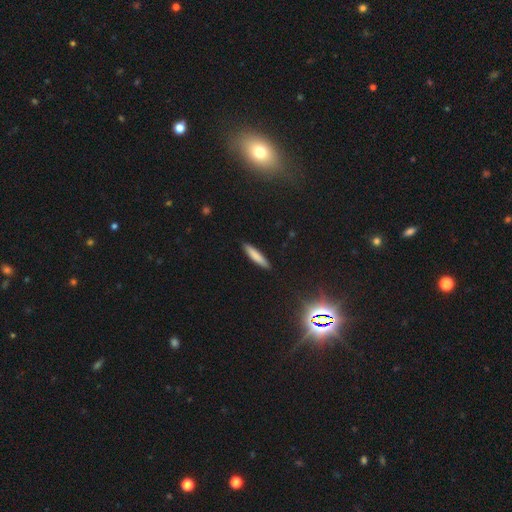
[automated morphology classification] The model was most divided on "smooth or featured": smooth: 80%, featured or disk: 12%, star or artifact: 8%. More confident: merging — none (90%); how rounded — cigar-shaped (88%).